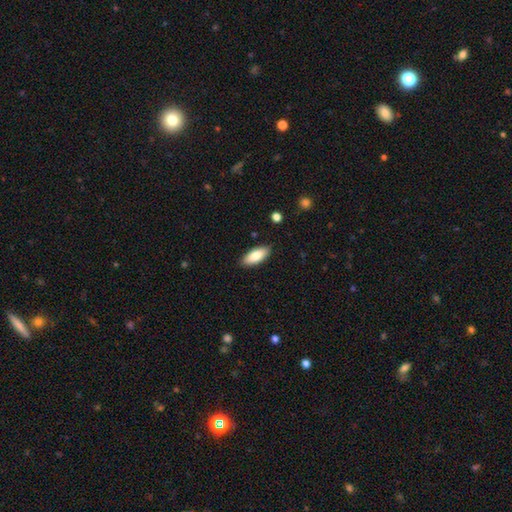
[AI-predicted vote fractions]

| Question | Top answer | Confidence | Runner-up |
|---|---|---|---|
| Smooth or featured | smooth | 83% | featured or disk (11%) |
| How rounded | in between | 81% | cigar-shaped (17%) |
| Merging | none | 88% | minor disturbance (9%) |